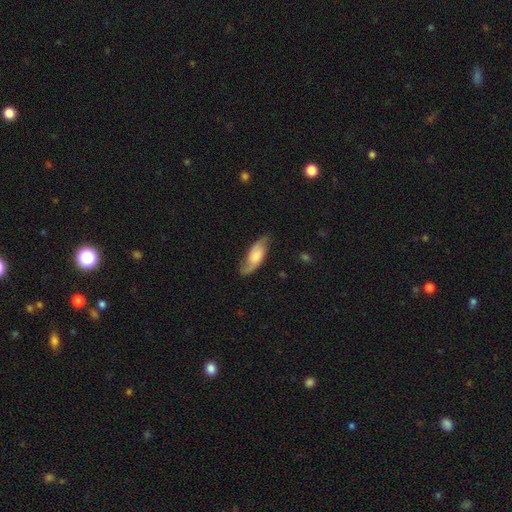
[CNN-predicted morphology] The model was most divided on "smooth or featured": featured or disk: 50%, smooth: 44%, star or artifact: 6%. More confident: merging — none (74%).